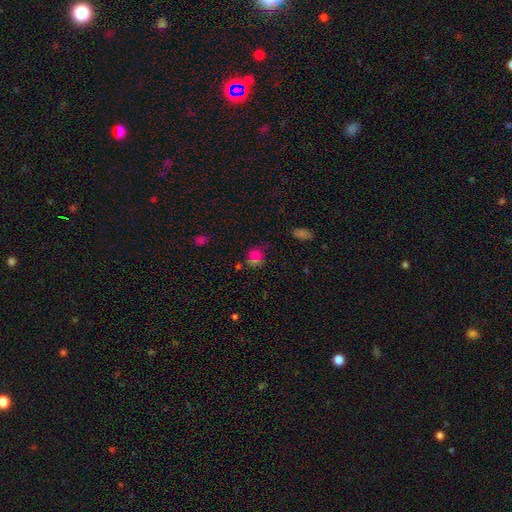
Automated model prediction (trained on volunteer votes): This is likely a smooth galaxy (67%). How rounded: likely round (67%). Merging: possibly none (55%).